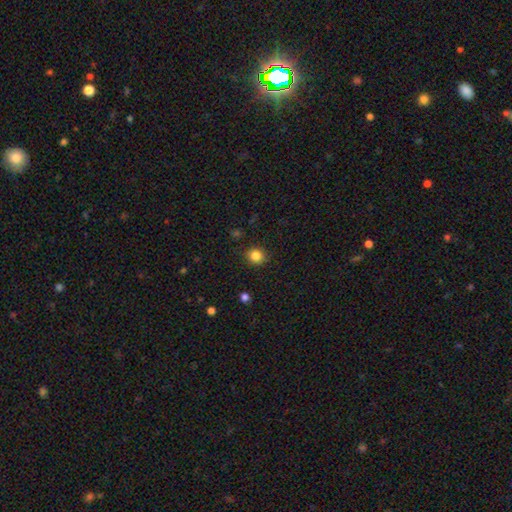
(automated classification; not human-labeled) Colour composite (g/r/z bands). It shows a smooth galaxy with no disk features (84%) that is round (86%). Merging: none (90%).